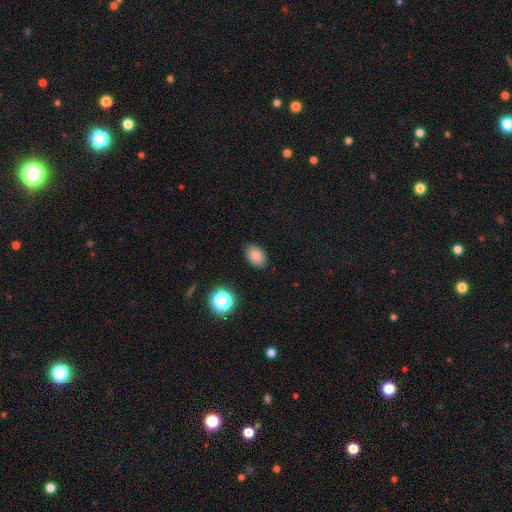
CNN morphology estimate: smooth 84%, star or artifact 11%, featured or disk 5%. Down the decision tree: how rounded — in between (82%); merging — none (84%).